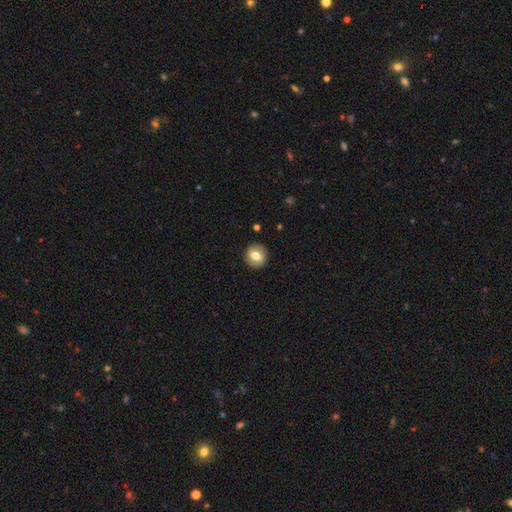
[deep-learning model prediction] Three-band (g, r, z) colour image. It shows a smooth galaxy with no disk features (67%) that is round (82%). Merging: none (89%).